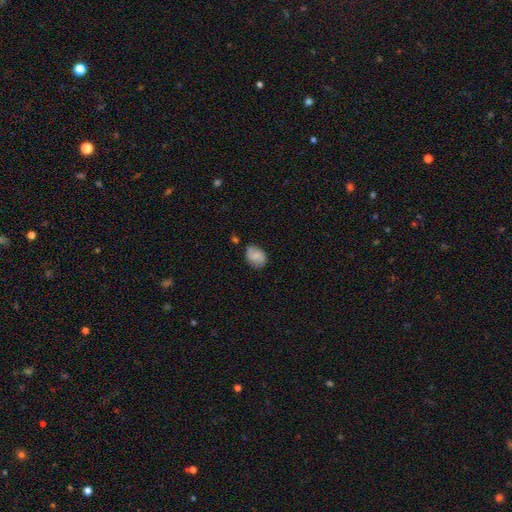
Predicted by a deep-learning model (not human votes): Q: Smooth or featured?
A: smooth (70%); runner-up: featured or disk (22%)
Q: How rounded?
A: in between (70%); runner-up: round (29%)
Q: Merging?
A: none (71%); runner-up: minor disturbance (21%)